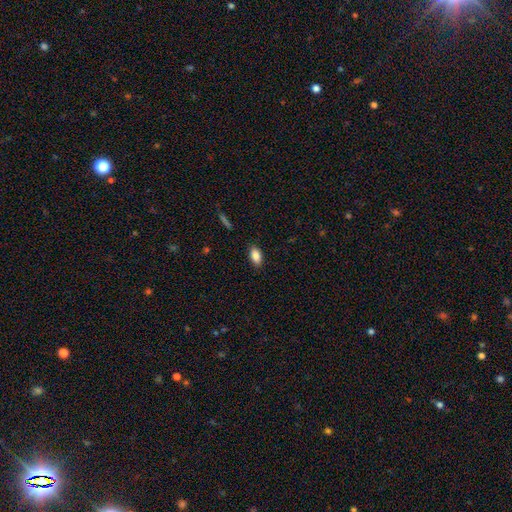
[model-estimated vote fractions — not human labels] smooth_or_featured: smooth (p=0.86) [alt: star or artifact p=0.08]
how_rounded: in between (p=0.91) [alt: cigar-shaped p=0.05]
merging: none (p=0.87) [alt: minor disturbance p=0.10]